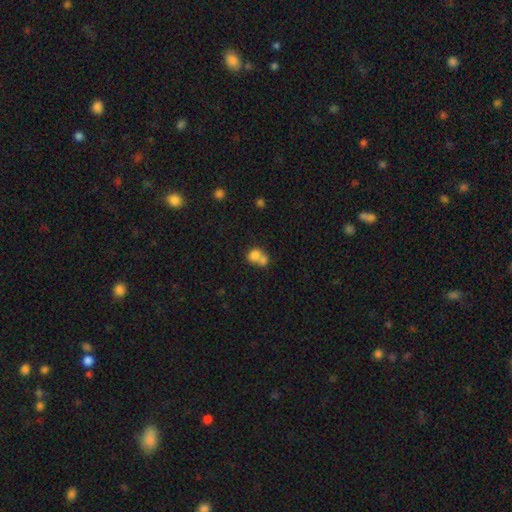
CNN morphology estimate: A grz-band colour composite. It shows a smooth galaxy with no disk features (76%) that is round (57%). Merging: merger (67%).